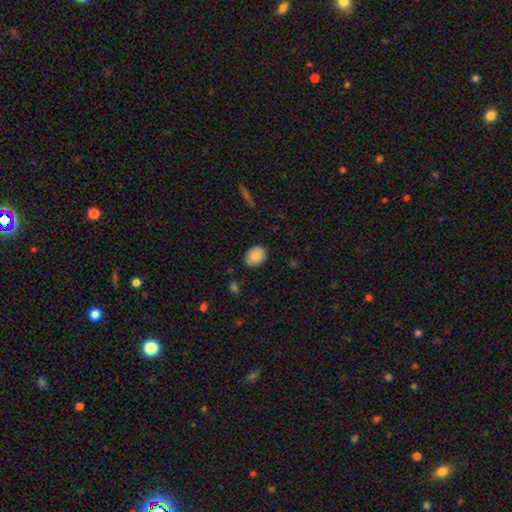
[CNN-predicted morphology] This is clearly a smooth galaxy (88%). How rounded: likely in between (64%). Merging: clearly none (84%).